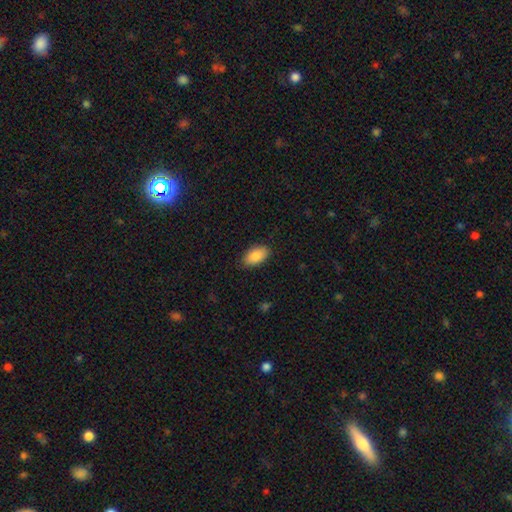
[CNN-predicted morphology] Smooth or featured? smooth (87%)
How rounded? in between (94%)
Merging? none (87%)